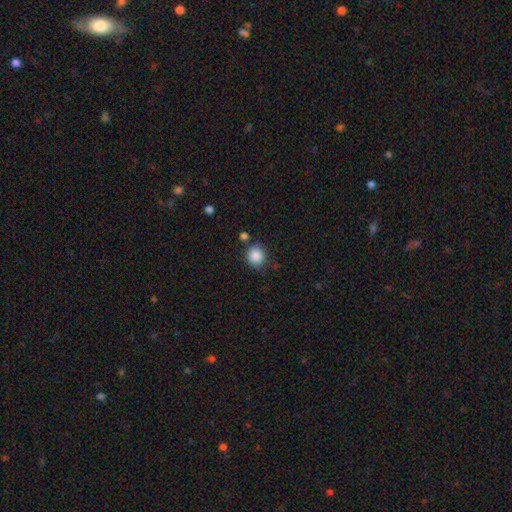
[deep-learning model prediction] Smooth or featured?
  - smooth: 87% *
  - star or artifact: 9%
  - featured or disk: 4%
How rounded?
  - round: 84% *
  - in between: 15%
  - cigar-shaped: 1%
Merging?
  - none: 78% *
  - minor disturbance: 12%
  - merger: 6%
  - major disturbance: 4%